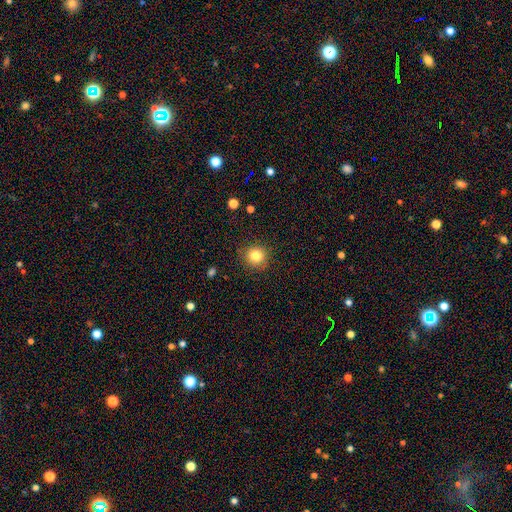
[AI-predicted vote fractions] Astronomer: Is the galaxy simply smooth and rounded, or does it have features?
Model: smooth — 82%.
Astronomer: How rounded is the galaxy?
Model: round — 92%.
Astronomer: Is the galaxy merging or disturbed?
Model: none — 89%.